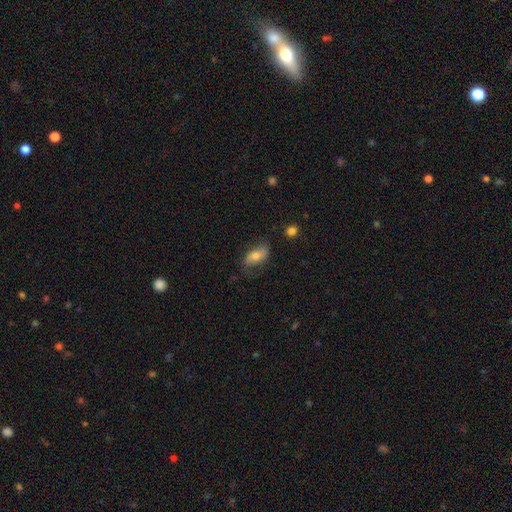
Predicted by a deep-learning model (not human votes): This appears to be a smooth galaxy with no disk features (61%) that is in between round and cigar-shaped (89%). Merging: none (67%).